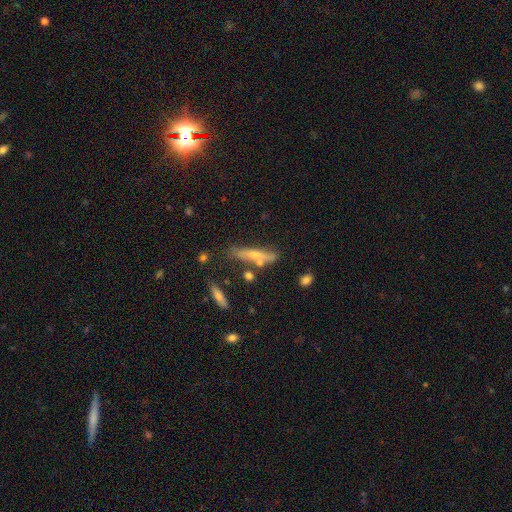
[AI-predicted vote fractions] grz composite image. It shows a smooth galaxy with no disk features (48%). Merging: none (65%).